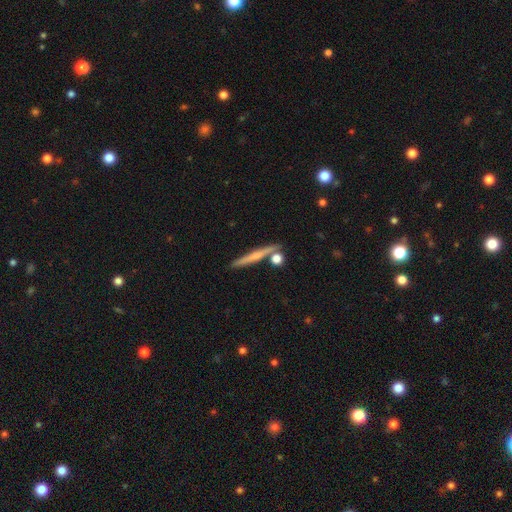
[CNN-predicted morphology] This appears to be a featured or disk galaxy (49%). Merging: none (82%).